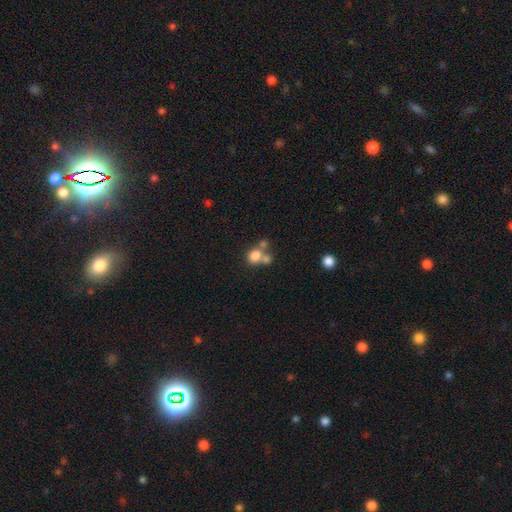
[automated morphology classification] This appears to be a smooth galaxy with no disk features (77%) that is round (72%). Merging: merger (48%).